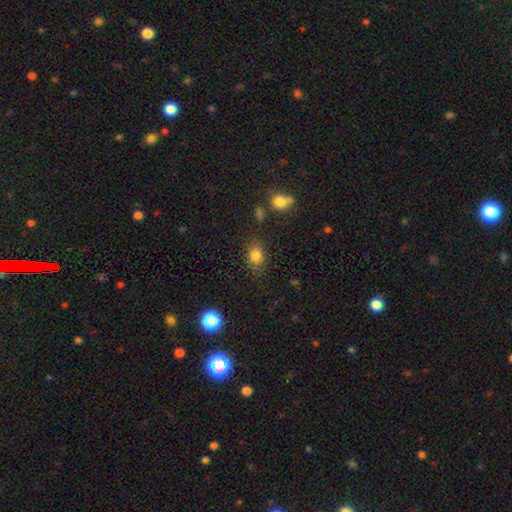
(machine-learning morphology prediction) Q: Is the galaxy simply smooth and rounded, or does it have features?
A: smooth — 82%.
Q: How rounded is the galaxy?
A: in between — 62%.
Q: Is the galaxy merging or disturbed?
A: none — 78%.